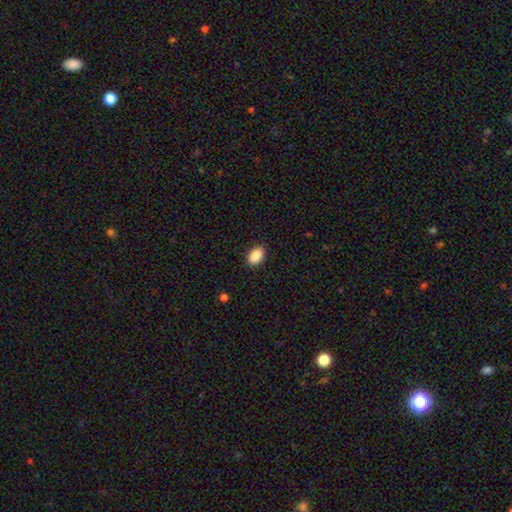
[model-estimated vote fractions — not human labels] This appears to be a smooth galaxy with no disk features (89%) that is in between round and cigar-shaped (92%). Merging: none (89%).